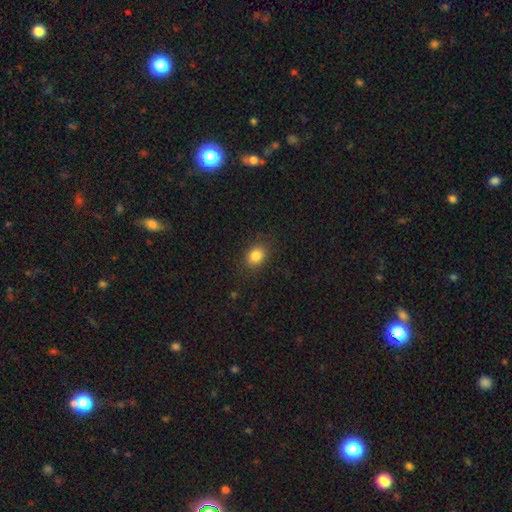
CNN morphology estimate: type=smooth (84%); roundness=in between (56%); merging=none (85%).